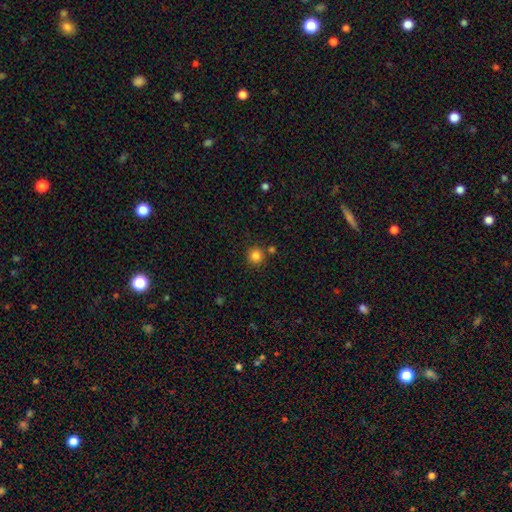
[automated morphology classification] A smooth galaxy with no disk features (84%) that is round (94%).

Vote fractions:
- Smooth or featured? smooth: 84% / star or artifact: 11% / featured or disk: 4%
- How rounded? round: 94% / in between: 5% / cigar-shaped: 1%
- Merging? none: 82% / merger: 8% / minor disturbance: 7% / major disturbance: 2%